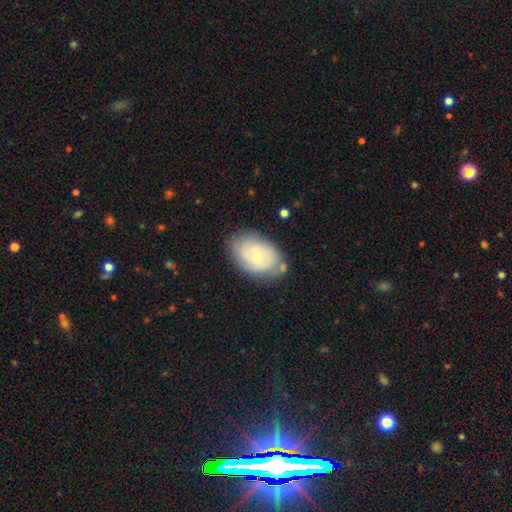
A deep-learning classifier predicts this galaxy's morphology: smooth_or_featured: featured or disk (p=0.50) [alt: smooth p=0.43]
merging: none (p=0.71) [alt: minor disturbance p=0.20]